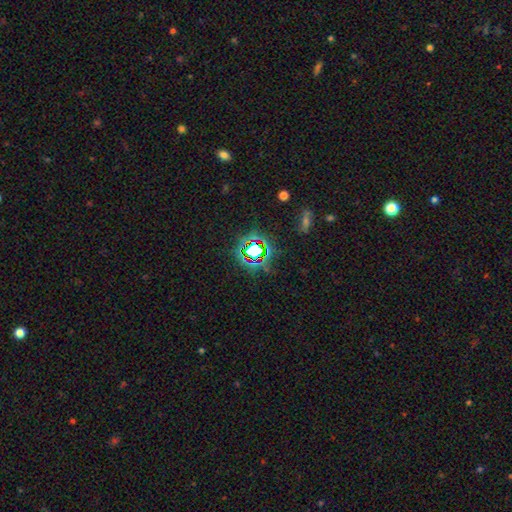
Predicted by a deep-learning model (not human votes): A star or artifact, not a galaxy (75%).

Vote fractions:
- Smooth or featured? star or artifact: 75% / smooth: 16% / featured or disk: 9%